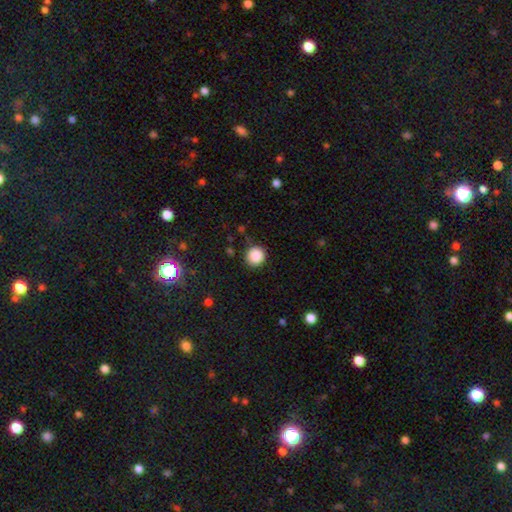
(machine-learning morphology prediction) Q: Smooth or featured?
A: smooth (87%); runner-up: star or artifact (9%)
Q: How rounded?
A: round (93%); runner-up: in between (6%)
Q: Merging?
A: none (87%); runner-up: minor disturbance (9%)